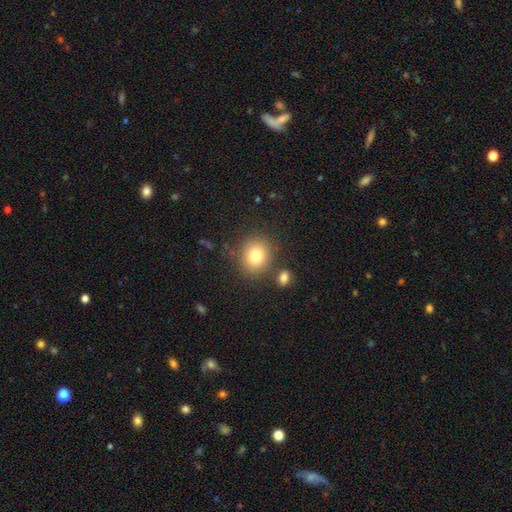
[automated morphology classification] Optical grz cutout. It shows a smooth galaxy with no disk features (80%) that is round (70%). Merging: none (79%).